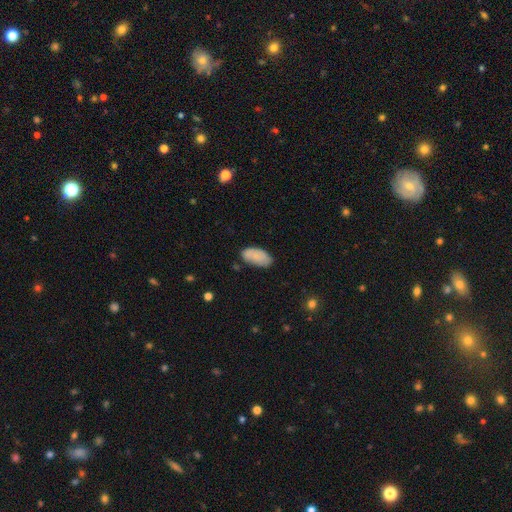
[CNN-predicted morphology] Smooth or featured? Predicted: smooth (p=0.81). How rounded? Predicted: in between (p=0.94). Merging? Predicted: none (p=0.71).